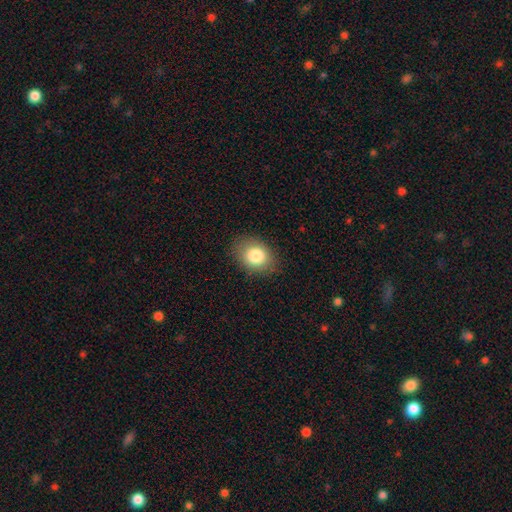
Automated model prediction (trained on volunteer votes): smooth 83%, star or artifact 9%, featured or disk 8%. Down the decision tree: how rounded — in between (61%); merging — none (85%).